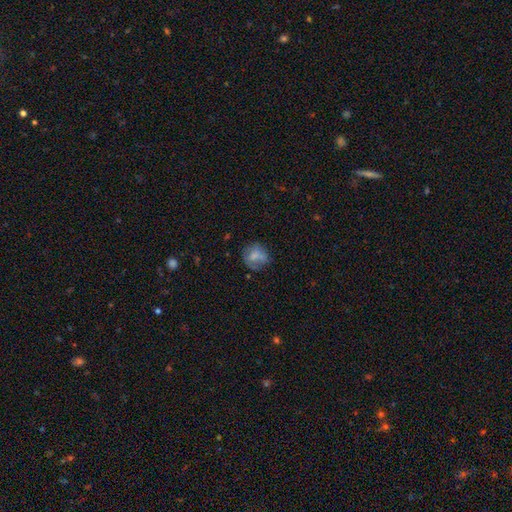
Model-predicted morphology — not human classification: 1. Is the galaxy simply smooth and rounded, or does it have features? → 66% smooth, 24% featured or disk, 10% star or artifact.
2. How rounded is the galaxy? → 76% round, 23% in between, 1% cigar-shaped.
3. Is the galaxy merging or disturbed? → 55% none, 24% minor disturbance, 13% major disturbance, 7% merger.